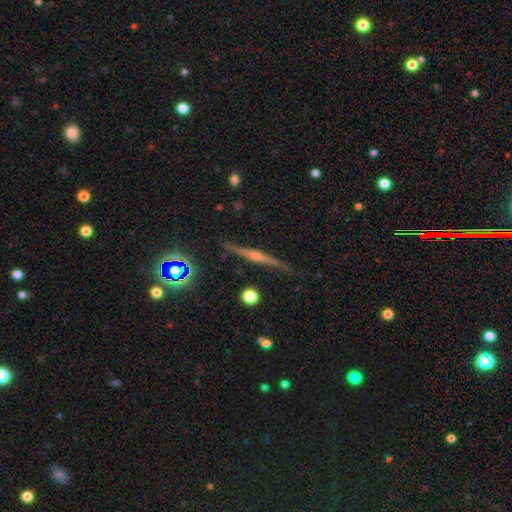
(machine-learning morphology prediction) The model was most divided on "smooth or featured": featured or disk: 76%, smooth: 13%, star or artifact: 11%. More confident: edge-on disk — yes (98%); merging — none (88%); edge-on bulge — rounded (81%).